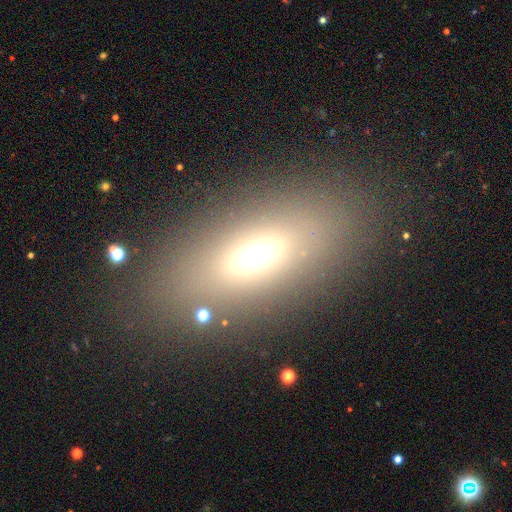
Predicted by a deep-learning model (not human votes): A smooth galaxy with no disk features (57%) that is in between round and cigar-shaped (77%).

Vote fractions:
- Smooth or featured? smooth: 57% / featured or disk: 26% / star or artifact: 17%
- How rounded? in between: 77% / cigar-shaped: 17% / round: 6%
- Merging? none: 80% / minor disturbance: 10% / major disturbance: 7% / merger: 3%